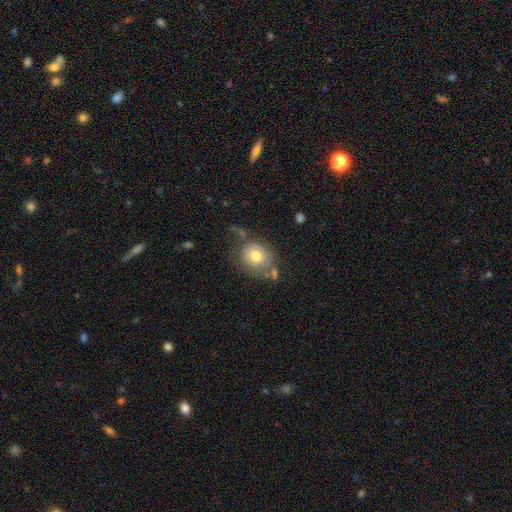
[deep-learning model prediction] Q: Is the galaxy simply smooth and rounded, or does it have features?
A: smooth — 72%.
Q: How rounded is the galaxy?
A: round — 74%.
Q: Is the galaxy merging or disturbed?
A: none — 56%.